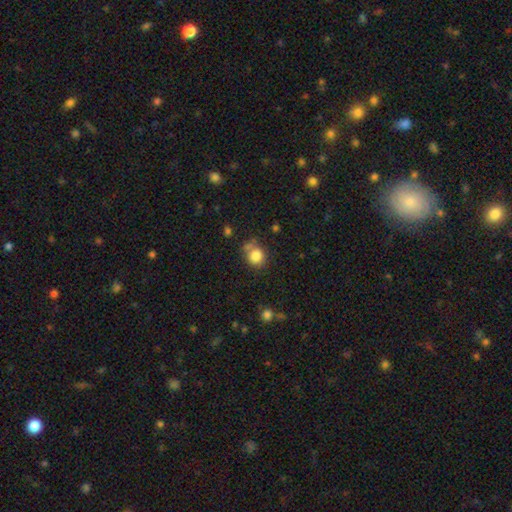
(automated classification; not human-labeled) Morphology: type=smooth (83%); roundness=round (80%); merging=none (63%).